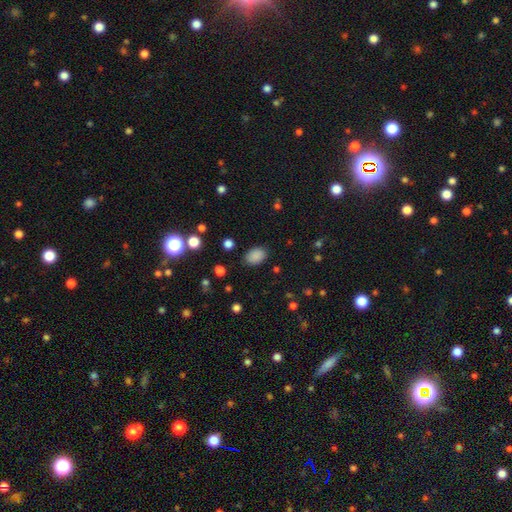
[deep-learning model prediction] smooth-or-featured: smooth: 85% | star or artifact: 11% | featured or disk: 4%
  how-rounded: in between: 80% | round: 19% | cigar-shaped: 1%
  merging: none: 84% | minor disturbance: 11% | major disturbance: 3% | merger: 1%